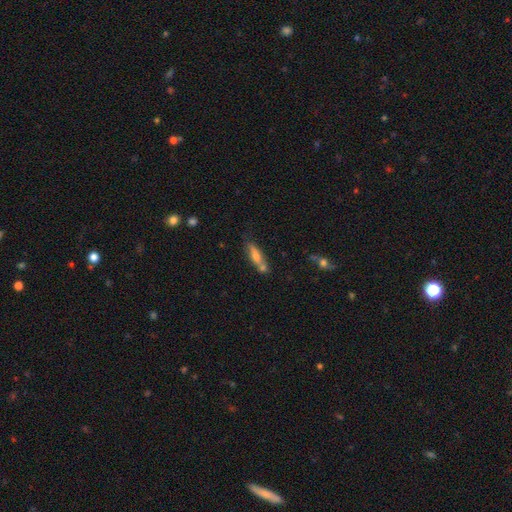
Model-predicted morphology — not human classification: Q: Smooth or featured?
A: smooth (63%); runner-up: featured or disk (29%)
Q: How rounded?
A: cigar-shaped (68%); runner-up: in between (29%)
Q: Merging?
A: none (53%); runner-up: merger (25%)